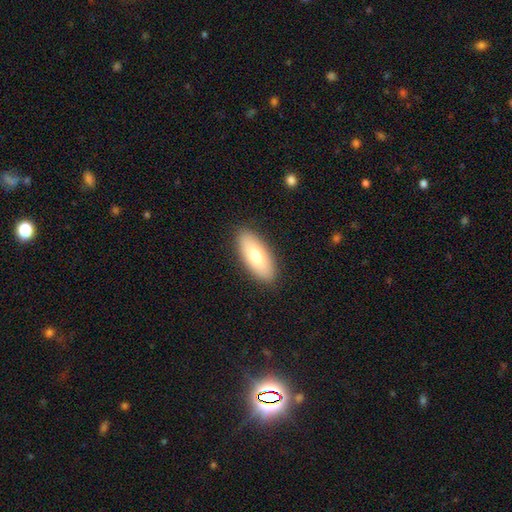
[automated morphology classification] type=smooth (76%); roundness=in between (80%); merging=none (89%).